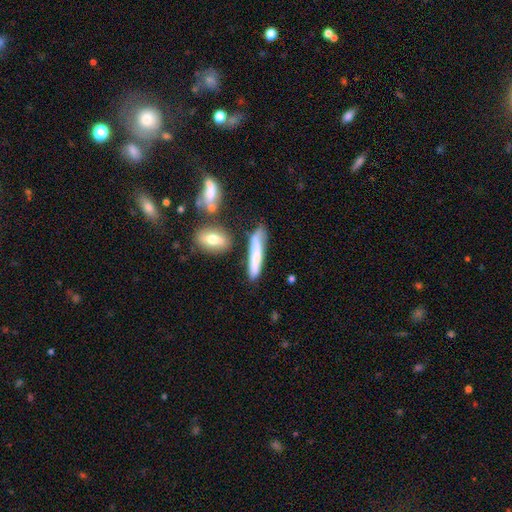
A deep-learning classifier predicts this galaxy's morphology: Smooth or featured? Predicted: smooth (p=0.65). How rounded? Predicted: cigar-shaped (p=0.85). Merging? Predicted: none (p=0.65).